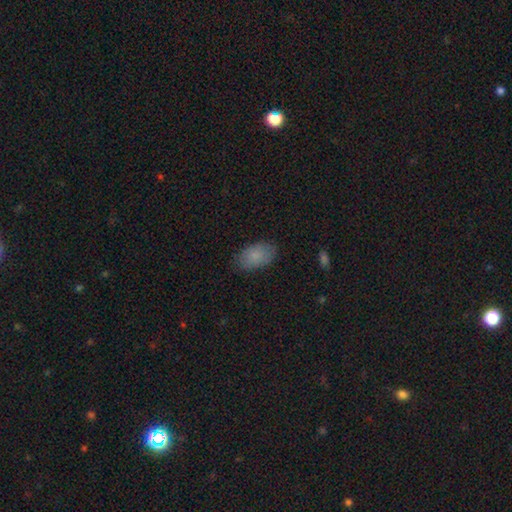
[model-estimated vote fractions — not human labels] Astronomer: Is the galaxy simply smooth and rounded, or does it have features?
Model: smooth — 84%.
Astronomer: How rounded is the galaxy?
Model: in between — 93%.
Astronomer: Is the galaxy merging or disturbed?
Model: none — 82%.